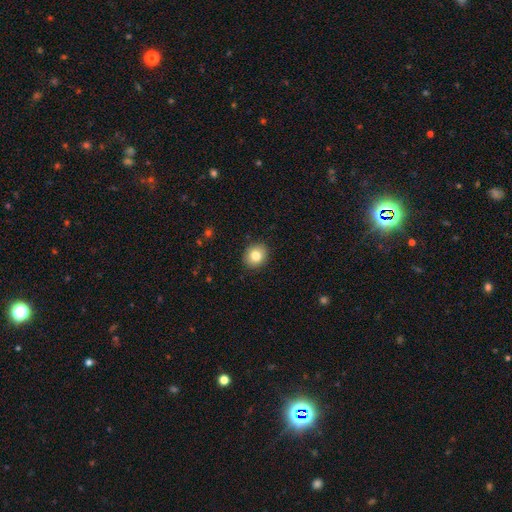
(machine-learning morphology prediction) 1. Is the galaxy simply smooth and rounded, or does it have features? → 81% smooth, 9% star or artifact, 9% featured or disk.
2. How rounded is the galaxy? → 72% round, 27% in between, 1% cigar-shaped.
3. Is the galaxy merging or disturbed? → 91% none, 7% minor disturbance, 2% major disturbance, 1% merger.